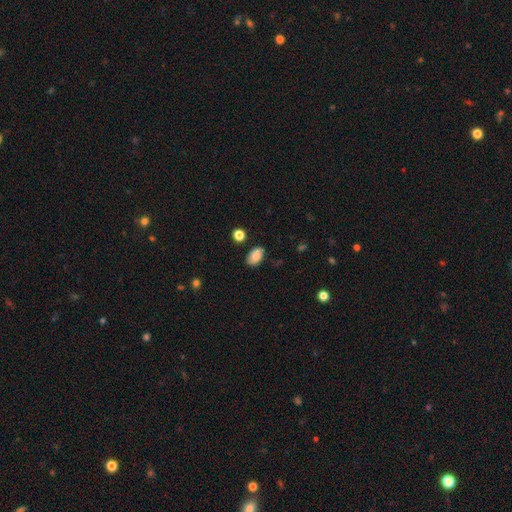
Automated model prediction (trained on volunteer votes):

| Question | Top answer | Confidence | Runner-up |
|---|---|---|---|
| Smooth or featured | smooth | 83% | featured or disk (9%) |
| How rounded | in between | 91% | round (8%) |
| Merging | none | 81% | minor disturbance (14%) |